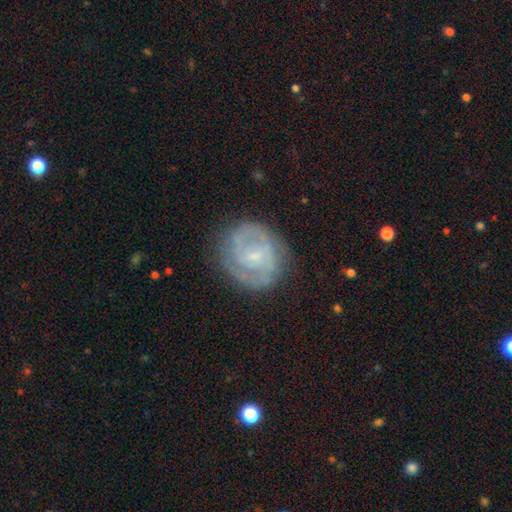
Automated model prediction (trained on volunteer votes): featured or disk 75%, smooth 19%, star or artifact 7%. Down the decision tree: edge-on disk — no (98%); bar — no (48%); spiral arms — yes (89%); spiral arm count — 2 (59%); spiral winding — tight (53%); bulge size — small (73%); merging — none (77%).